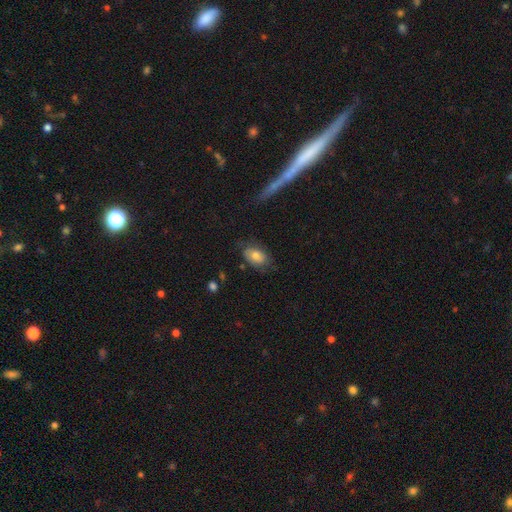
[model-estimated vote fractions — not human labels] Morphology: type=smooth (72%); roundness=in between (87%); merging=none (66%).